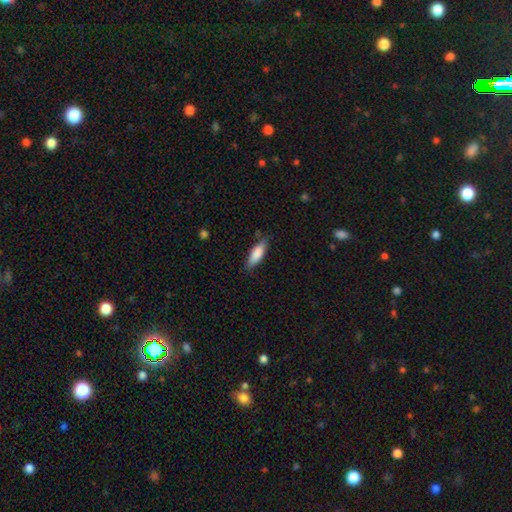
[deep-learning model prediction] This appears to be a smooth galaxy with no disk features (85%) that is in between round and cigar-shaped (56%). Merging: none (77%).